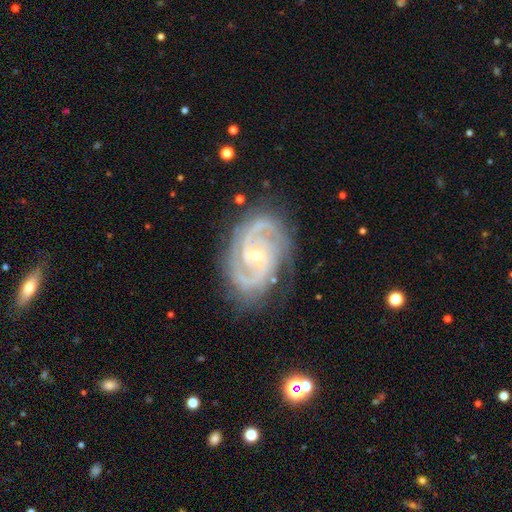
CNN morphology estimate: Smooth or featured: featured or disk — 91% (star or artifact — 5%)
Edge-on disk: no — 97% (yes — 3%)
Bar: no — 58% (weak — 32%)
Spiral arms: yes — 98% (no — 2%)
Spiral winding: tight — 52% (medium — 42%)
Spiral arm count: 2 — 57% (3 — 20%)
Bulge size: small — 75% (moderate — 21%)
Merging: none — 76% (minor disturbance — 16%)